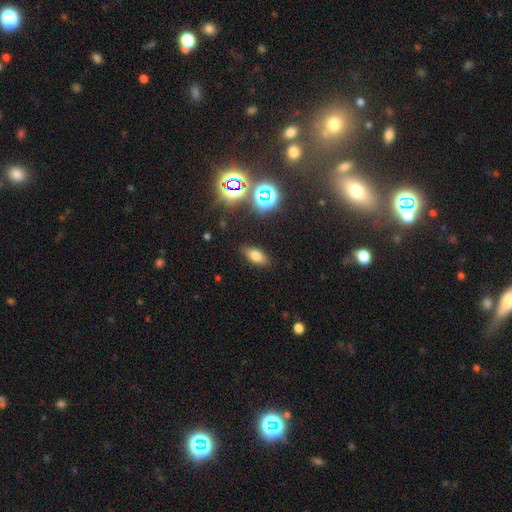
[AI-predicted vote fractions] Smooth or featured? Predicted: smooth (p=0.69). How rounded? Predicted: in between (p=0.82). Merging? Predicted: none (p=0.86).